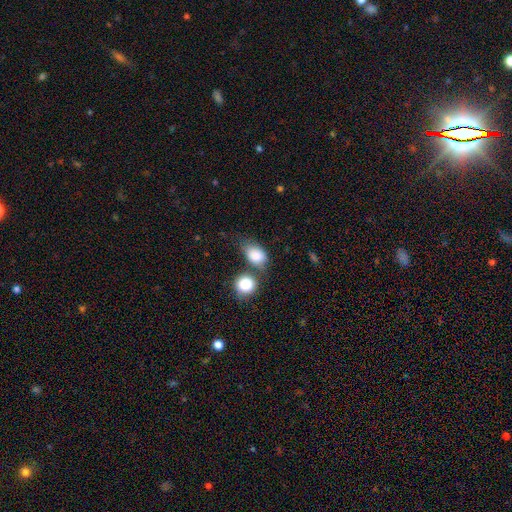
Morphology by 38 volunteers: Smooth or featured? 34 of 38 (89%) said smooth. How rounded? 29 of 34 (85%) said in between. Merging? 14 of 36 (39%) said minor disturbance.